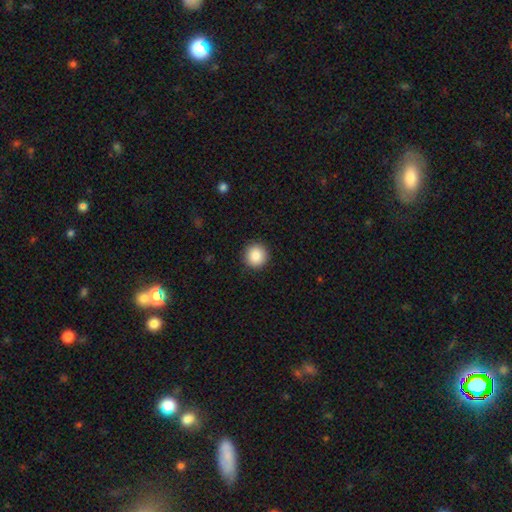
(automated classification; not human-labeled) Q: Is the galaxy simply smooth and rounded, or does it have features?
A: smooth — 88%.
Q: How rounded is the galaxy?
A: round — 95%.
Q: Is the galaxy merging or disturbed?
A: none — 92%.